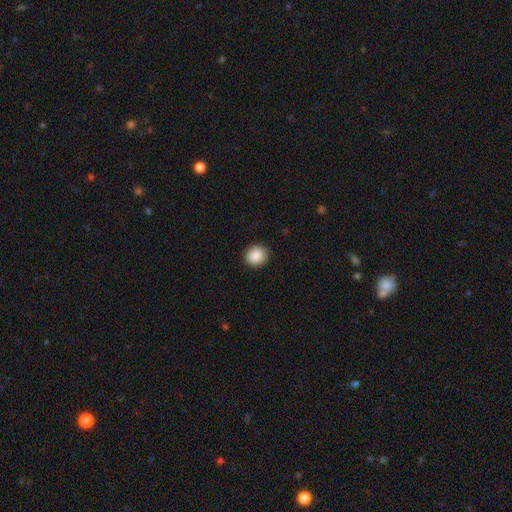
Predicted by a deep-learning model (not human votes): Smooth or featured: smooth — 89% (star or artifact — 8%)
How rounded: round — 73% (in between — 26%)
Merging: none — 89% (minor disturbance — 8%)